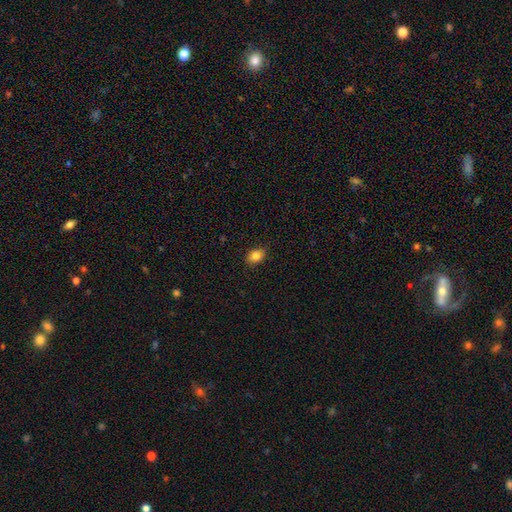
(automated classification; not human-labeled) smooth 84%, star or artifact 10%, featured or disk 6%. Down the decision tree: how rounded — in between (65%); merging — none (86%).